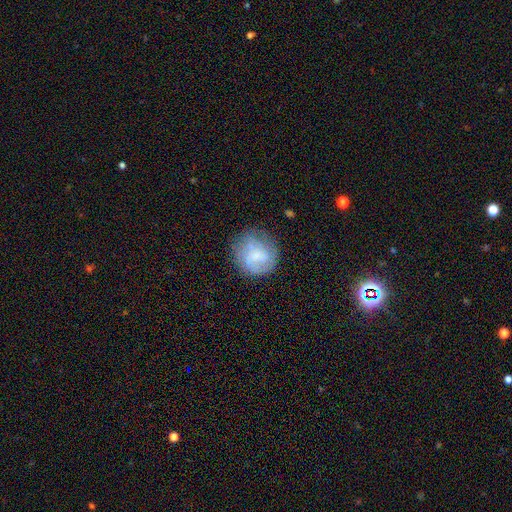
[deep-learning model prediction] smooth-or-featured: smooth: 56% | featured or disk: 35% | star or artifact: 9%
  how-rounded: round: 85% | in between: 14% | cigar-shaped: 1%
  merging: none: 67% | minor disturbance: 20% | major disturbance: 11% | merger: 2%